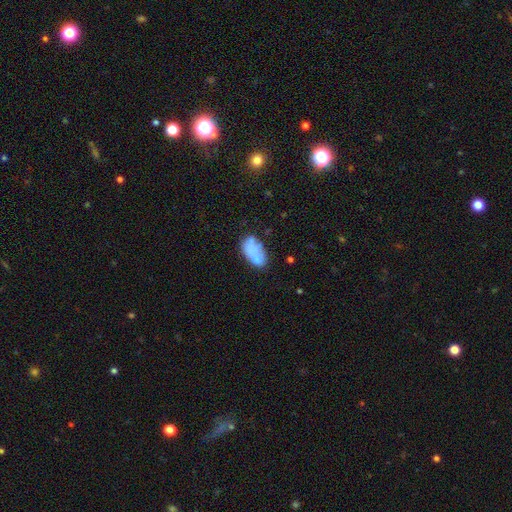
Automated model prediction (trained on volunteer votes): This is possibly a smooth galaxy (60%). How rounded: clearly in between (90%). Merging: marginally none (37%).